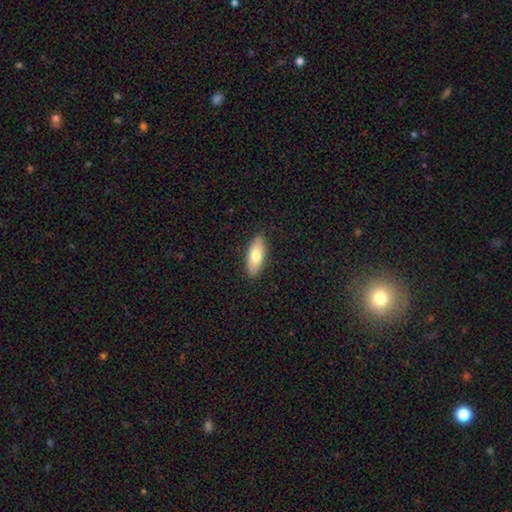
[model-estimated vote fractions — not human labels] Overall: smooth (75%). How rounded: in between (76%). Merging: none (89%).